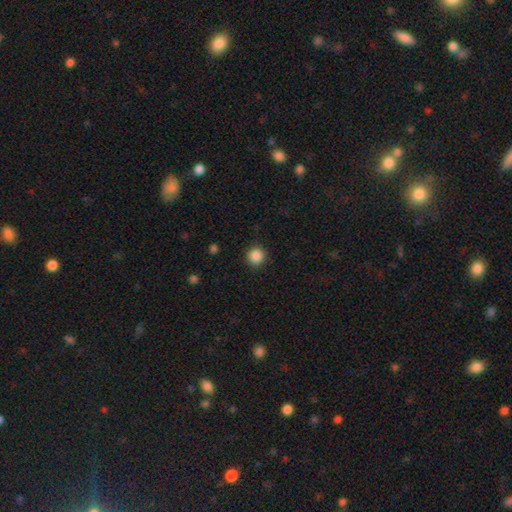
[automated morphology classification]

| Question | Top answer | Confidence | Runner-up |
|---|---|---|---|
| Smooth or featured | smooth | 87% | star or artifact (10%) |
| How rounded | round | 94% | in between (5%) |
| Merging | none | 91% | minor disturbance (6%) |